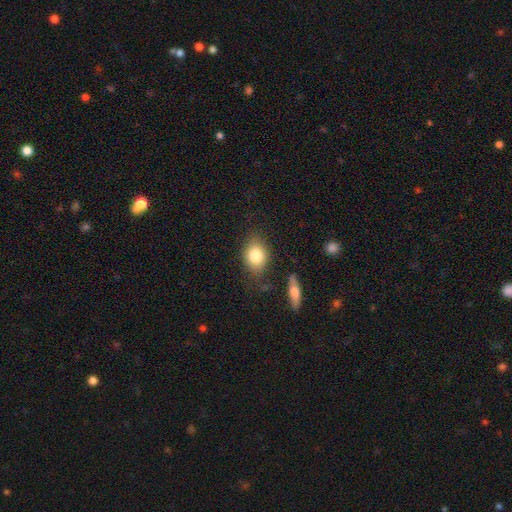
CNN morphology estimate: Smooth or featured? smooth (81%)
How rounded? in between (67%)
Merging? none (77%)